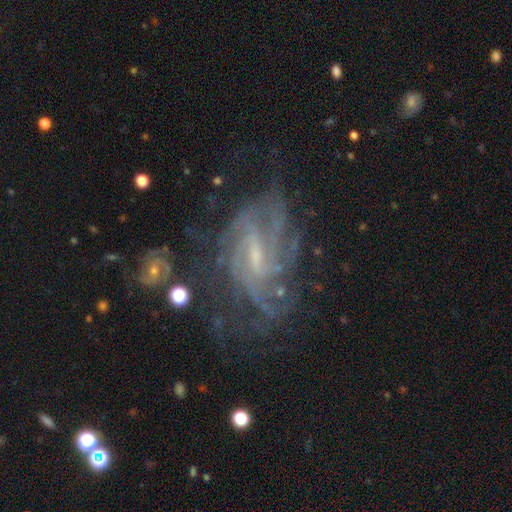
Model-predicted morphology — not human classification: Overall: featured or disk (85%). Edge-on disk: no (96%). Bar: weak (54%; strong 24%). Spiral arms: yes (92%). Spiral arm count: can't tell (38%; 4 17%). Spiral winding: tight (47%; medium 40%). Bulge size: small (59%; moderate 24%). Merging: none (58%; minor disturbance 20%).